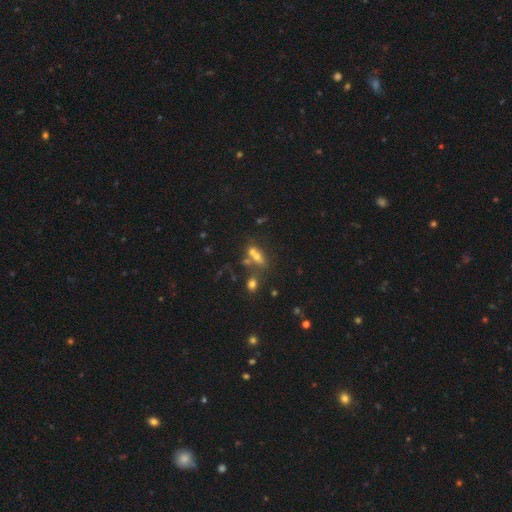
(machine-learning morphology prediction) A smooth galaxy with no disk features (47%).

Vote fractions:
- Smooth or featured? smooth: 47% / star or artifact: 27% / featured or disk: 26%
- Merging? none: 42% / merger: 41% / minor disturbance: 11% / major disturbance: 7%